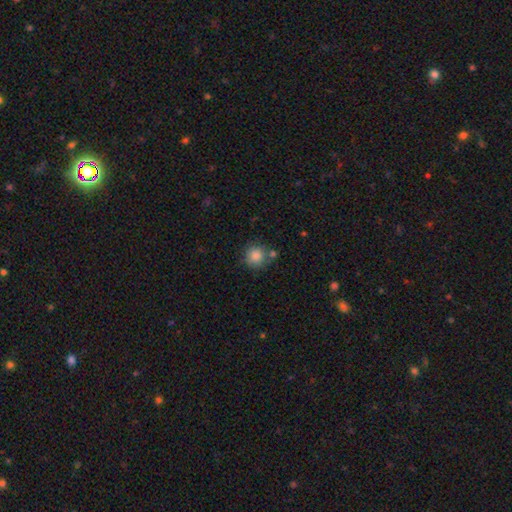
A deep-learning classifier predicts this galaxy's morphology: Smooth or featured?
  - smooth: 86% *
  - star or artifact: 9%
  - featured or disk: 5%
How rounded?
  - round: 92% *
  - in between: 7%
  - cigar-shaped: 1%
Merging?
  - none: 72% *
  - minor disturbance: 13%
  - merger: 12%
  - major disturbance: 4%